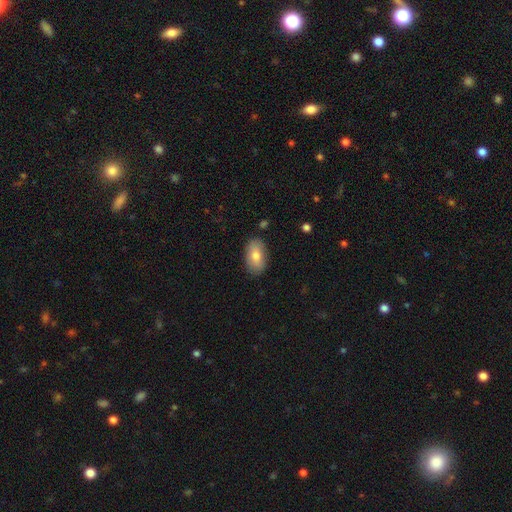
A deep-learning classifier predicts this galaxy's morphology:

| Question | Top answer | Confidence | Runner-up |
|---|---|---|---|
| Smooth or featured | smooth | 77% | featured or disk (16%) |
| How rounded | in between | 93% | round (5%) |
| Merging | none | 85% | minor disturbance (11%) |